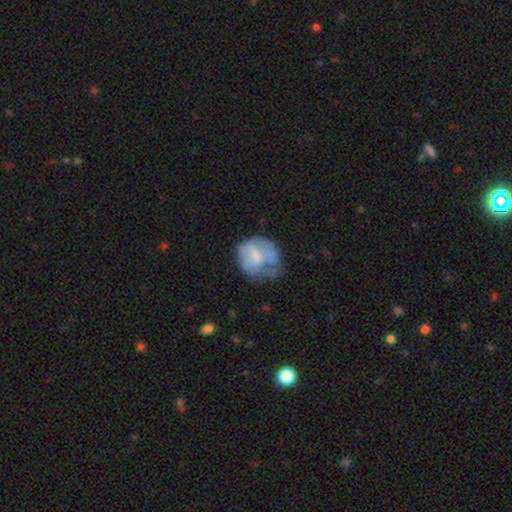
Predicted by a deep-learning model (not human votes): Smooth or featured: smooth — 50% (featured or disk — 42%)
Merging: none — 34% (minor disturbance — 31%)